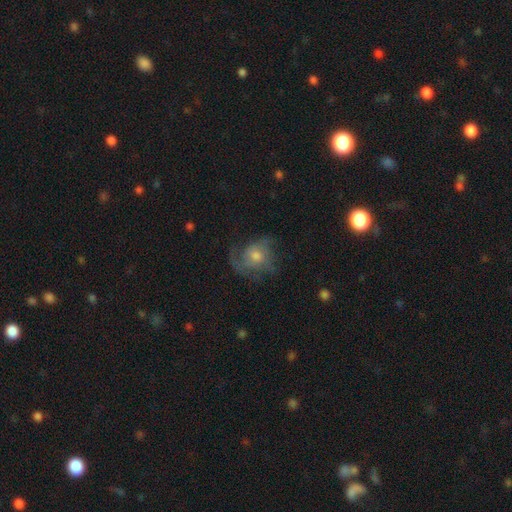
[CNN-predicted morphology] Smooth or featured: featured or disk — 56% (smooth — 34%)
Edge-on disk: no — 97% (yes — 3%)
Bar: no — 77% (weak — 20%)
Spiral arms: yes — 78% (no — 22%)
Bulge size: moderate — 58% (small — 28%)
Merging: none — 49% (major disturbance — 28%)